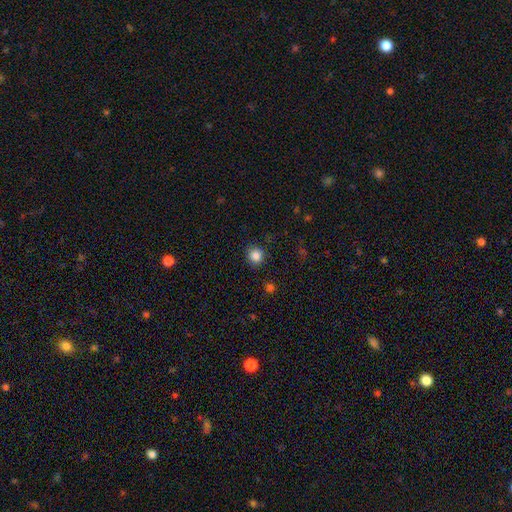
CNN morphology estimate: type=smooth (85%); roundness=round (91%); merging=none (89%).